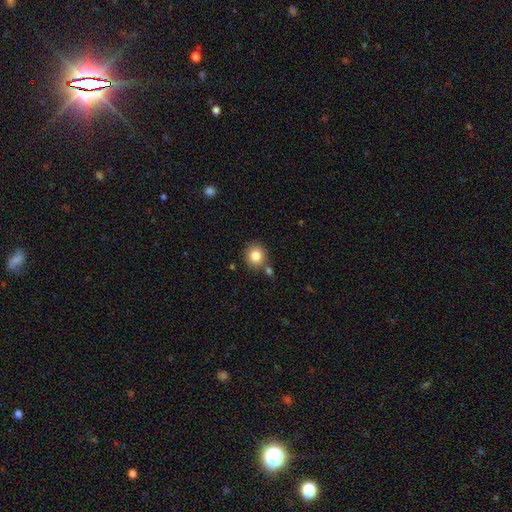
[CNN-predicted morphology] Smooth or featured?
  - smooth: 82% *
  - star or artifact: 11%
  - featured or disk: 8%
How rounded?
  - round: 87% *
  - in between: 12%
  - cigar-shaped: 1%
Merging?
  - none: 78% *
  - minor disturbance: 10%
  - merger: 10%
  - major disturbance: 3%